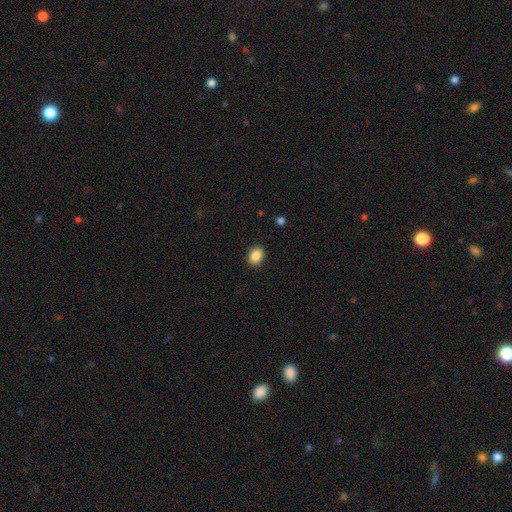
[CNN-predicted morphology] Overall: smooth (88%). How rounded: in between (75%). Merging: none (89%).